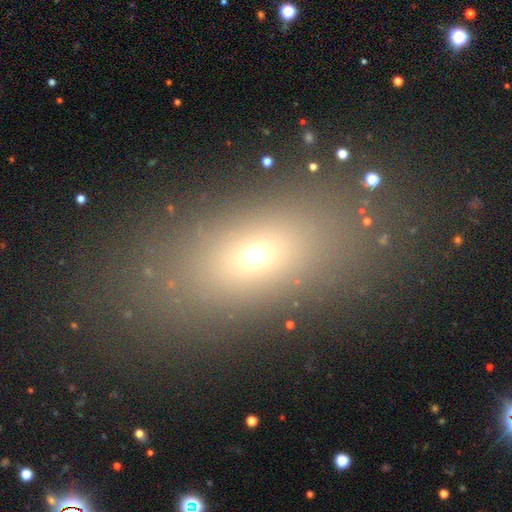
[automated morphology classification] type=smooth (63%); roundness=in between (73%); merging=none (81%).